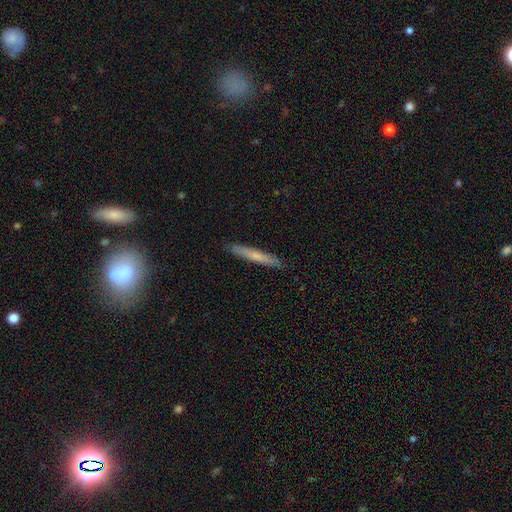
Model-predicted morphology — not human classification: This is possibly a smooth galaxy (60%). How rounded: clearly cigar-shaped (96%). Merging: clearly none (90%).